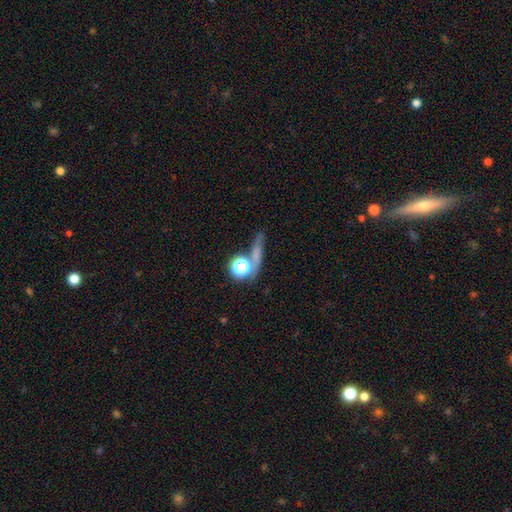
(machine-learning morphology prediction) This is possibly a smooth galaxy (50%). How rounded: marginally round (44%). Merging: possibly none (58%).